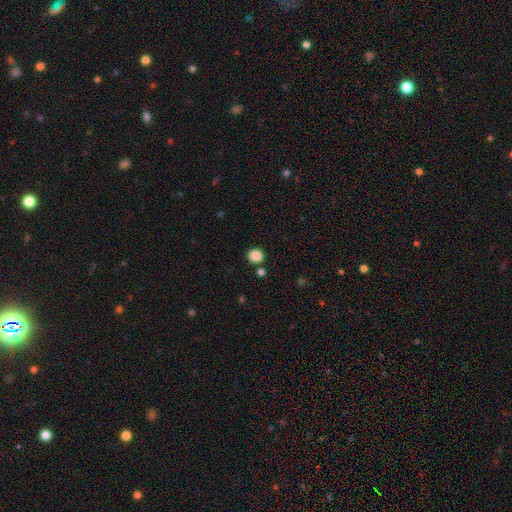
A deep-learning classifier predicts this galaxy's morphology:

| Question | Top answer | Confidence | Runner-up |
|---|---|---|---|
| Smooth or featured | smooth | 87% | star or artifact (10%) |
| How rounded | round | 81% | in between (18%) |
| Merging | none | 86% | minor disturbance (8%) |